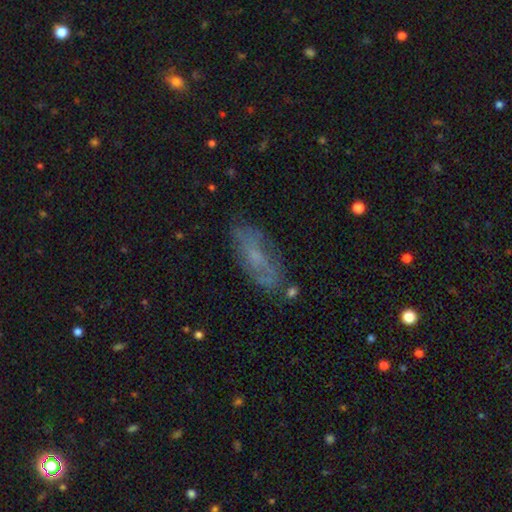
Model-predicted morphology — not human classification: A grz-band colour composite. It shows a smooth galaxy with no disk features (44%, tied with featured or disk). Merging: none (71%).